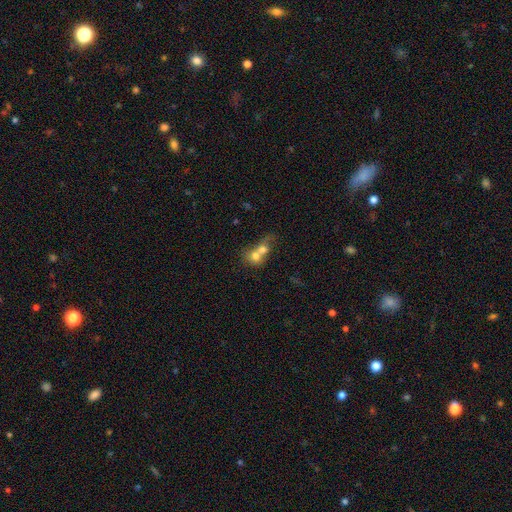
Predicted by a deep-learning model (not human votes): Q: Smooth or featured?
A: smooth (67%); runner-up: featured or disk (23%)
Q: How rounded?
A: round (64%); runner-up: in between (34%)
Q: Merging?
A: merger (78%); runner-up: none (13%)